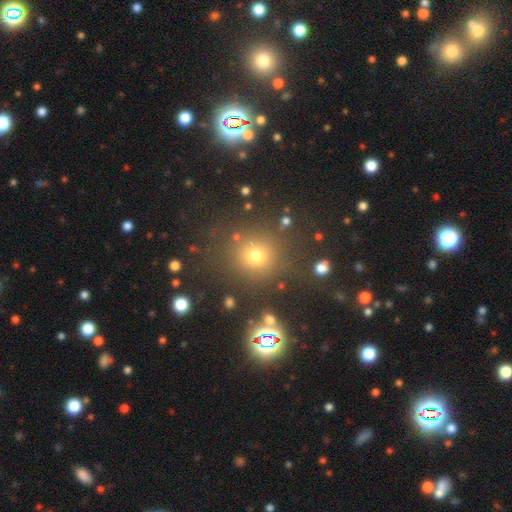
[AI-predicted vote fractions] smooth-or-featured: smooth: 66% | star or artifact: 26% | featured or disk: 8%
  how-rounded: round: 89% | in between: 10% | cigar-shaped: 1%
  merging: none: 82% | minor disturbance: 9% | major disturbance: 5% | merger: 4%